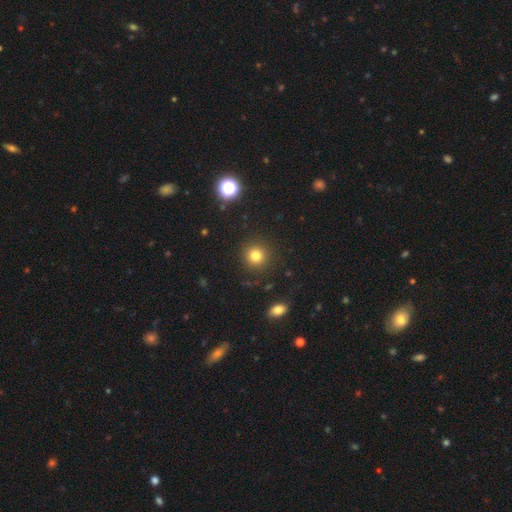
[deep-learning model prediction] smooth 81%, star or artifact 13%, featured or disk 6%. Down the decision tree: how rounded — round (92%); merging — none (89%).